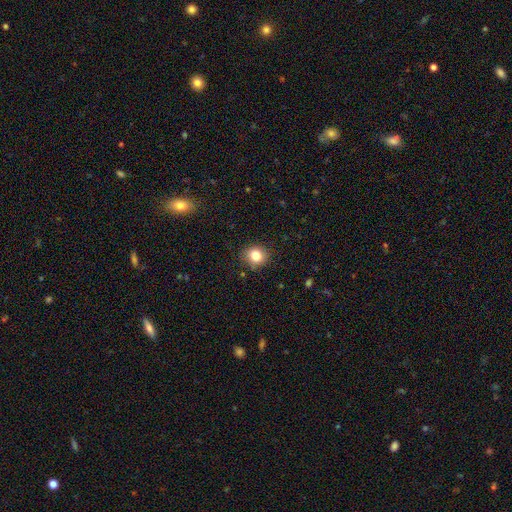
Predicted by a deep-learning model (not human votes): A smooth galaxy with no disk features (82%) that is round (77%).

Vote fractions:
- Smooth or featured? smooth: 82% / star or artifact: 11% / featured or disk: 7%
- How rounded? round: 77% / in between: 22% / cigar-shaped: 1%
- Merging? none: 87% / minor disturbance: 10% / major disturbance: 2% / merger: 1%